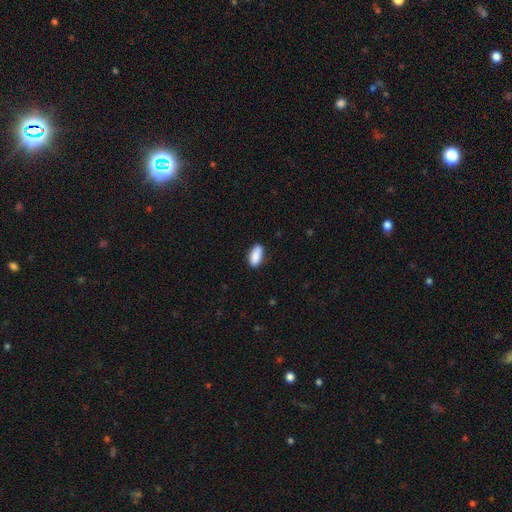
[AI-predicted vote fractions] Q: Smooth or featured?
A: smooth (89%); runner-up: star or artifact (7%)
Q: How rounded?
A: in between (90%); runner-up: cigar-shaped (7%)
Q: Merging?
A: none (82%); runner-up: minor disturbance (14%)